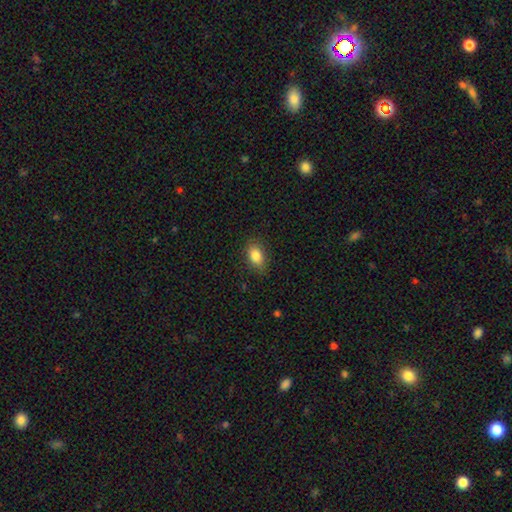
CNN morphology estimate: smooth 85%, star or artifact 9%, featured or disk 7%. Down the decision tree: how rounded — in between (84%); merging — none (84%).